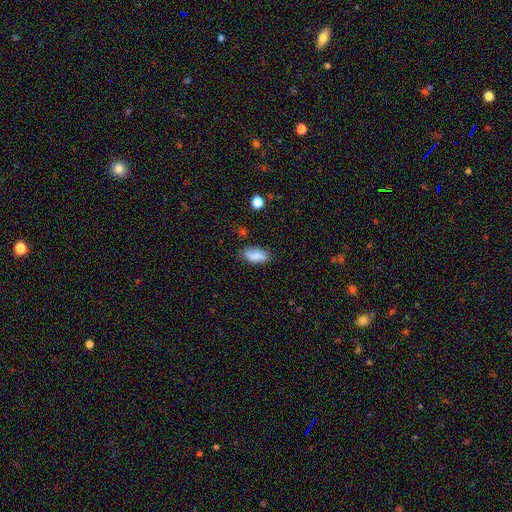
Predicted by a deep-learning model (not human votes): smooth_or_featured: smooth (p=0.83) [alt: featured or disk p=0.09]
how_rounded: in between (p=0.90) [alt: cigar-shaped p=0.06]
merging: none (p=0.75) [alt: minor disturbance p=0.19]